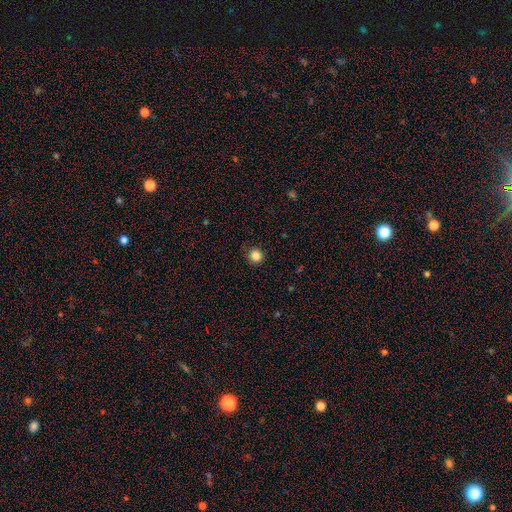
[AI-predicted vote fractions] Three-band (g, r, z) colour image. It shows a smooth galaxy with no disk features (84%) that is round (95%). Merging: none (91%).